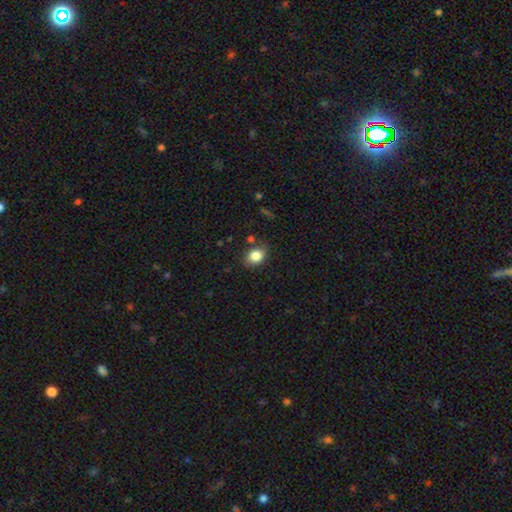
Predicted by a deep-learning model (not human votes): Q: Smooth or featured?
A: smooth (84%); runner-up: star or artifact (9%)
Q: How rounded?
A: in between (60%); runner-up: round (39%)
Q: Merging?
A: none (79%); runner-up: minor disturbance (14%)